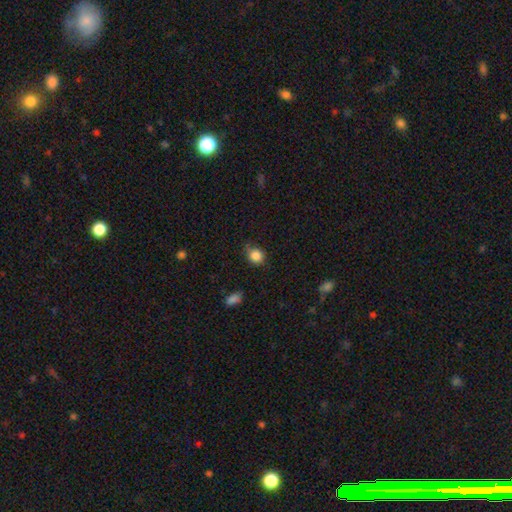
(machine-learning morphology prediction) type=smooth (86%); roundness=round (80%); merging=none (71%).